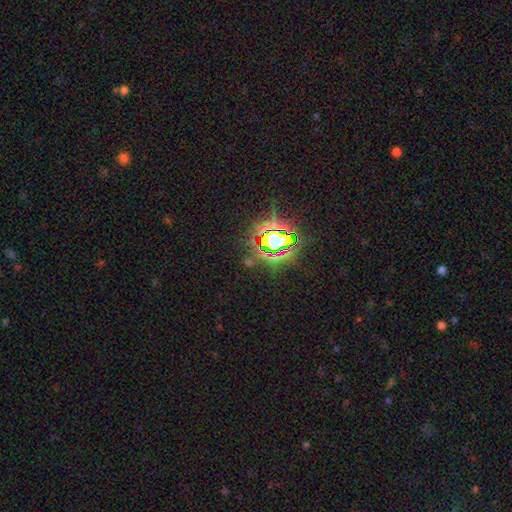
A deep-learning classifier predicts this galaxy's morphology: Smooth or featured? Predicted: star or artifact (p=0.82).